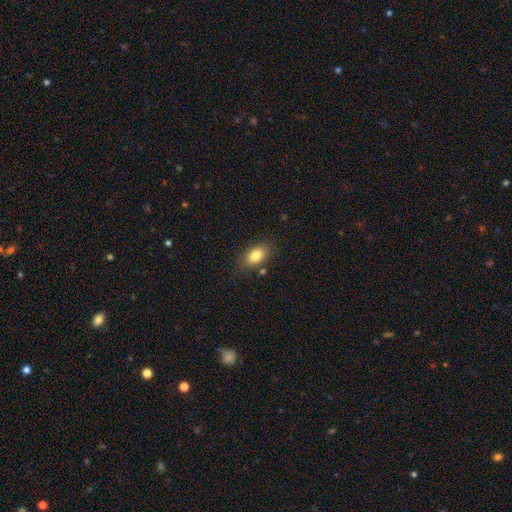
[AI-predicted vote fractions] Smooth or featured?
  - smooth: 81% *
  - featured or disk: 10%
  - star or artifact: 8%
How rounded?
  - in between: 86% *
  - round: 11%
  - cigar-shaped: 3%
Merging?
  - none: 82% *
  - minor disturbance: 12%
  - merger: 4%
  - major disturbance: 3%